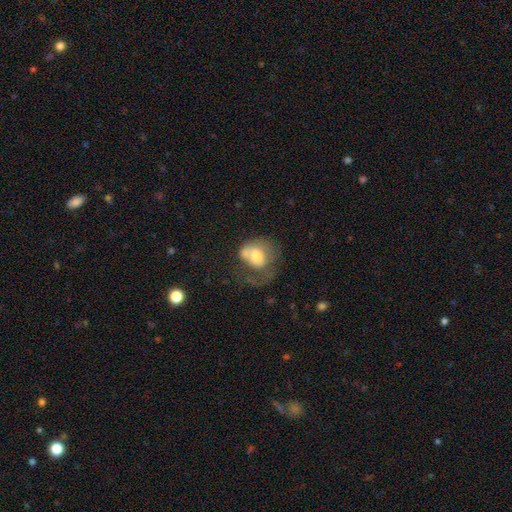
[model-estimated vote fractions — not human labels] A smooth galaxy with no disk features (59%) that is in between round and cigar-shaped (50%).

Vote fractions:
- Smooth or featured? smooth: 59% / featured or disk: 33% / star or artifact: 8%
- How rounded? in between: 50% / round: 49% / cigar-shaped: 1%
- Merging? major disturbance: 40% / none: 22% / merger: 20% / minor disturbance: 17%